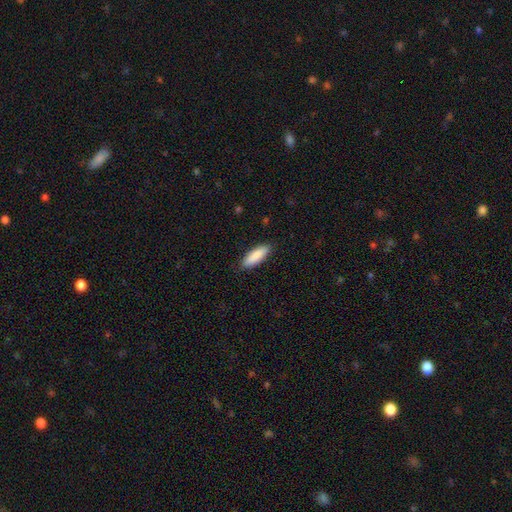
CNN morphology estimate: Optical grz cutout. It shows a smooth galaxy with no disk features (89%) that is in between round and cigar-shaped (56%). Merging: none (88%).